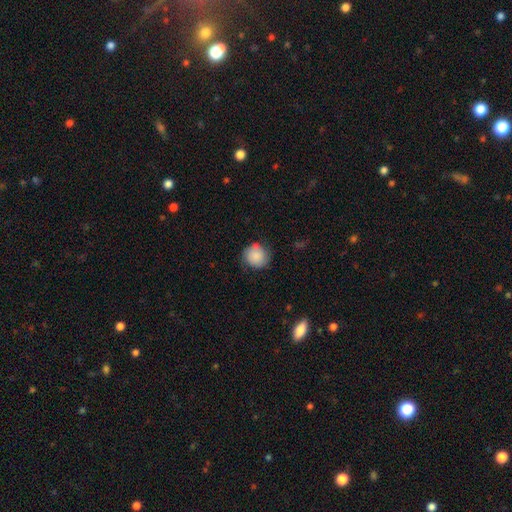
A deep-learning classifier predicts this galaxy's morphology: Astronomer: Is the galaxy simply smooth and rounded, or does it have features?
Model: smooth — 84%.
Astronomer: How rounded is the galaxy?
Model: round — 89%.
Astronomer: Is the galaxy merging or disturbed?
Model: none — 75%.